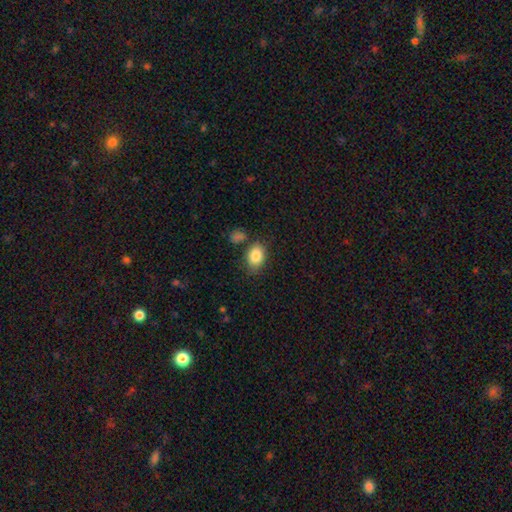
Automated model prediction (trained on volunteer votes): Smooth or featured? Predicted: smooth (p=0.85). How rounded? Predicted: in between (p=0.77). Merging? Predicted: none (p=0.74).